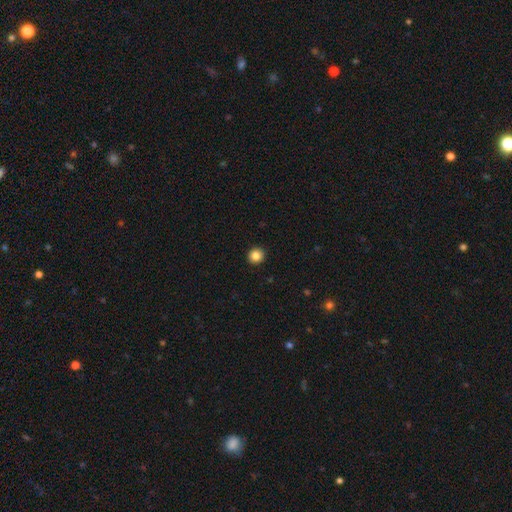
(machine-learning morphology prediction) The model was most divided on "smooth or featured": smooth: 86%, star or artifact: 10%, featured or disk: 4%. More confident: merging — none (93%); how rounded — round (92%).